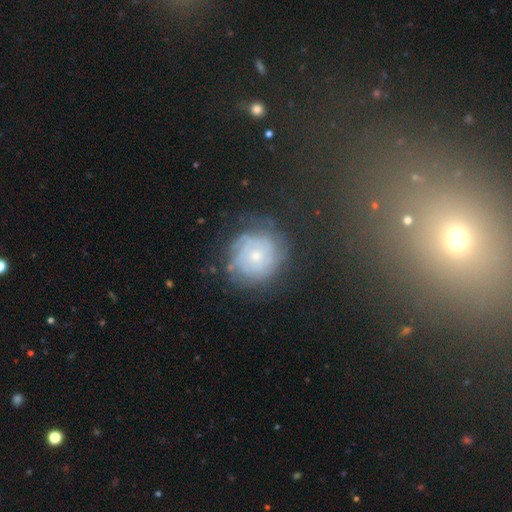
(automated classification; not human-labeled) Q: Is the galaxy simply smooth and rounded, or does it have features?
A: featured or disk — 66%.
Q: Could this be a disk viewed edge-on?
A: no — 97%.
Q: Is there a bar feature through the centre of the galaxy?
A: no — 82%.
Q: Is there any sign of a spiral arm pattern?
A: yes — 85%.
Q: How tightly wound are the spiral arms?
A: tight — 75%.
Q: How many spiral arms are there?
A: can't tell — 56%.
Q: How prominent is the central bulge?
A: small — 61%.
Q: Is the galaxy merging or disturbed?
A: none — 70%.